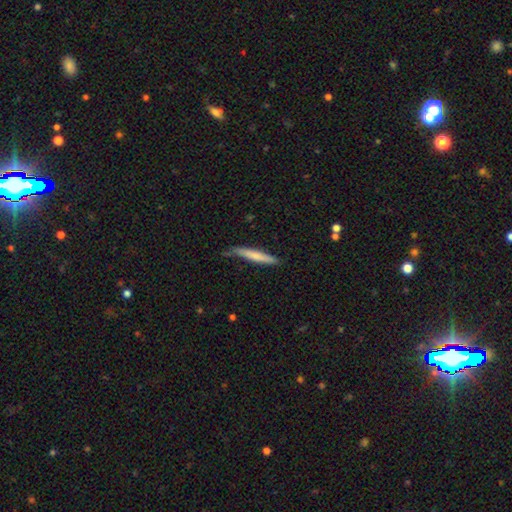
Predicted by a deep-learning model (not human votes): smooth-or-featured: smooth: 68% | featured or disk: 27% | star or artifact: 5%
  how-rounded: cigar-shaped: 94% | in between: 4% | round: 1%
  merging: none: 73% | minor disturbance: 21% | major disturbance: 3% | merger: 2%